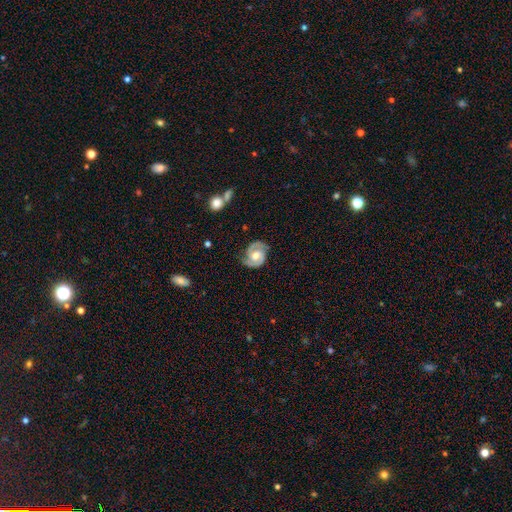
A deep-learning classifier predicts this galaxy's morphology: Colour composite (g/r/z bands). It shows a featured or disk galaxy (87%) with no bar (57%), 2 (92%) tight (52%) spiral arms (97%) and a moderate central bulge (70%). Merging: none (79%).